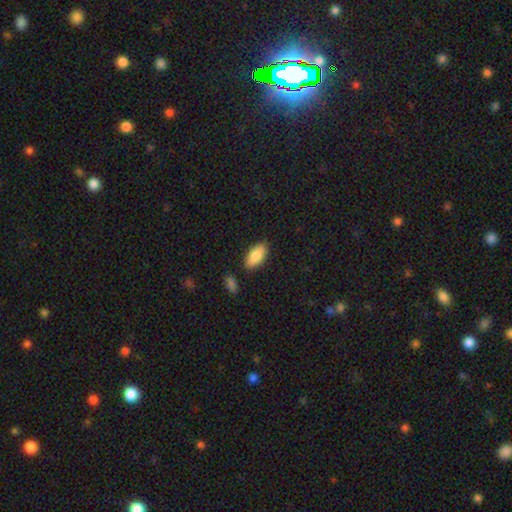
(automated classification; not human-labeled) The model was most divided on "merging": none: 83%, minor disturbance: 12%, merger: 3%, major disturbance: 2%. More confident: how rounded — in between (89%); smooth or featured — smooth (85%).